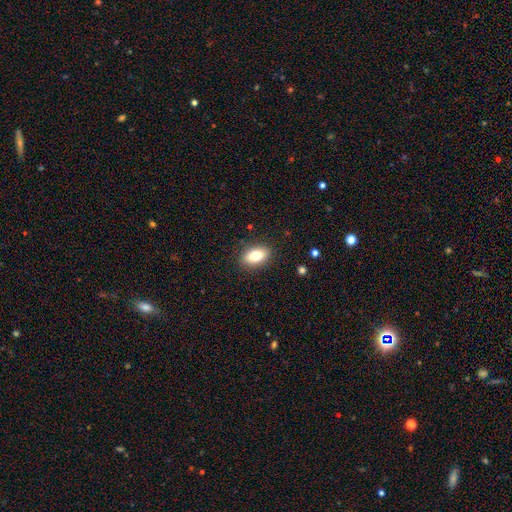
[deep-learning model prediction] Smooth or featured? Predicted: smooth (p=0.78). How rounded? Predicted: in between (p=0.88). Merging? Predicted: none (p=0.88).